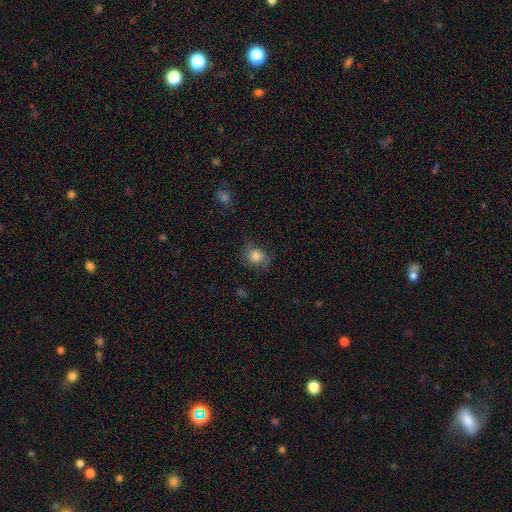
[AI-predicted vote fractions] Overall: smooth (79%). How rounded: round (70%). Merging: none (65%).